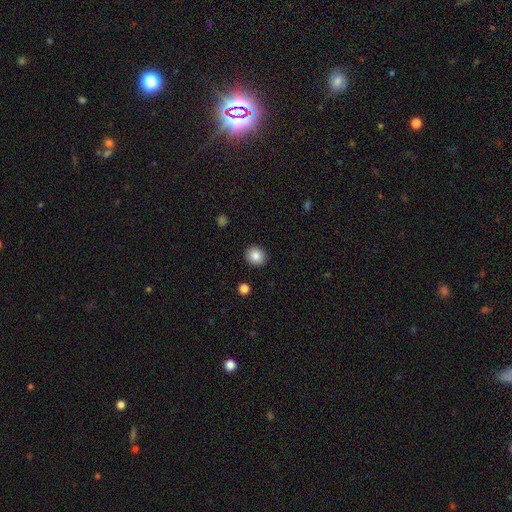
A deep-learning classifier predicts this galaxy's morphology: Overall: smooth (85%). How rounded: round (81%). Merging: none (92%).